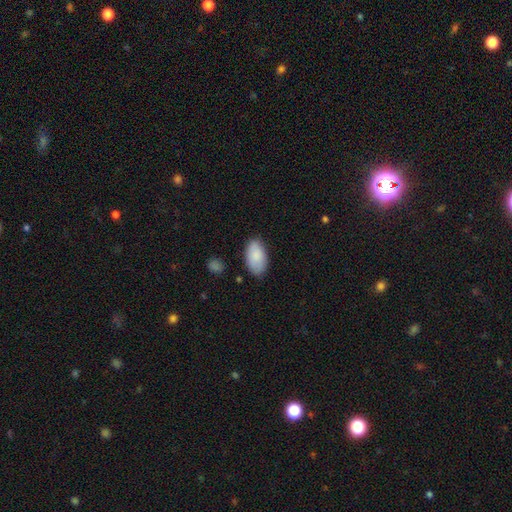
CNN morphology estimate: Smooth or featured?
  - smooth: 87% *
  - featured or disk: 7%
  - star or artifact: 6%
How rounded?
  - in between: 95% *
  - round: 3%
  - cigar-shaped: 2%
Merging?
  - none: 79% *
  - minor disturbance: 16%
  - major disturbance: 3%
  - merger: 2%